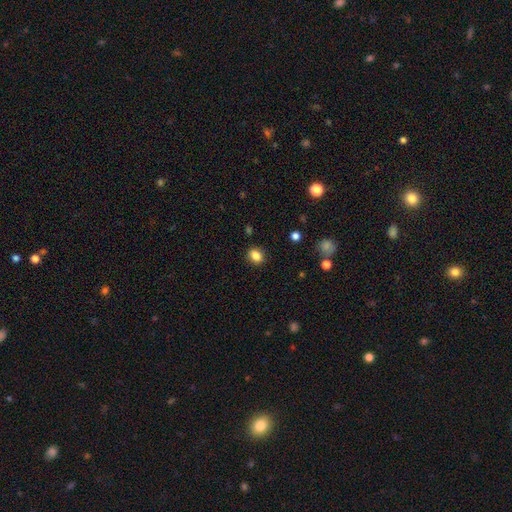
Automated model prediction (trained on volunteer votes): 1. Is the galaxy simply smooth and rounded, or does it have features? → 85% smooth, 10% star or artifact, 5% featured or disk.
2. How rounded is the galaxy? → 54% round, 45% in between, 1% cigar-shaped.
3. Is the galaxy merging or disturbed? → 88% none, 8% minor disturbance, 2% major disturbance, 1% merger.